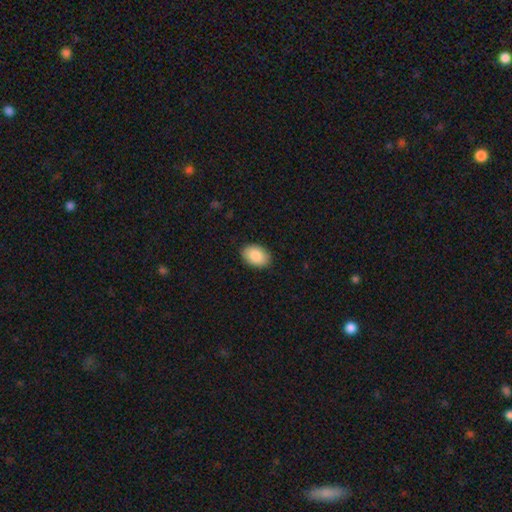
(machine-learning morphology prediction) A smooth galaxy with no disk features (89%) that is in between round and cigar-shaped (88%). Merging: none (89%).